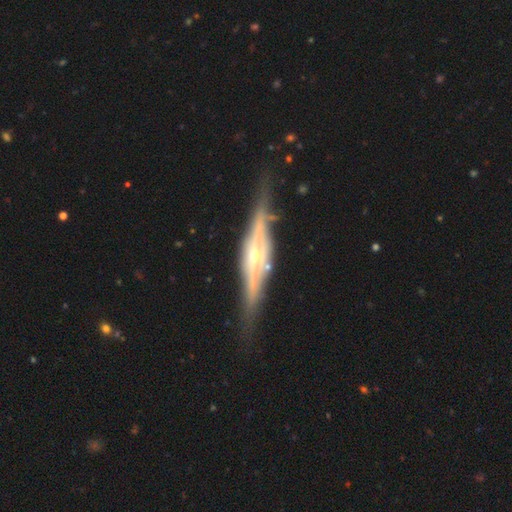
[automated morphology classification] smooth_or_featured: featured or disk (p=0.85) [alt: smooth p=0.09]
disk_edge_on: yes (p=0.93) [alt: no p=0.07]
edge_on_bulge: rounded (p=0.66) [alt: boxy p=0.27]
merging: none (p=0.78) [alt: minor disturbance p=0.15]